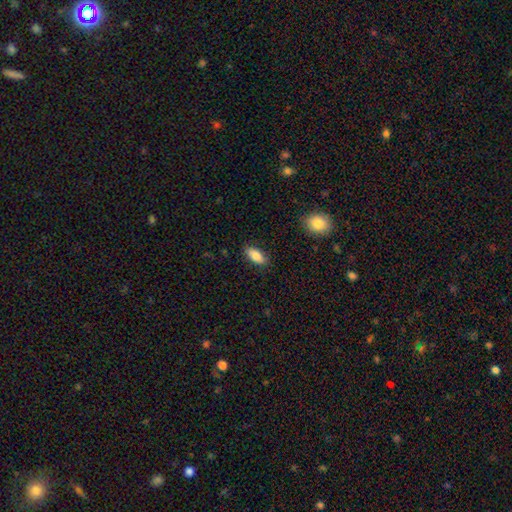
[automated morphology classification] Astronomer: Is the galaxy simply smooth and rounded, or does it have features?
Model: smooth — 83%.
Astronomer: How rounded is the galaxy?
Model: in between — 87%.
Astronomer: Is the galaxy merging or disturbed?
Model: none — 87%.